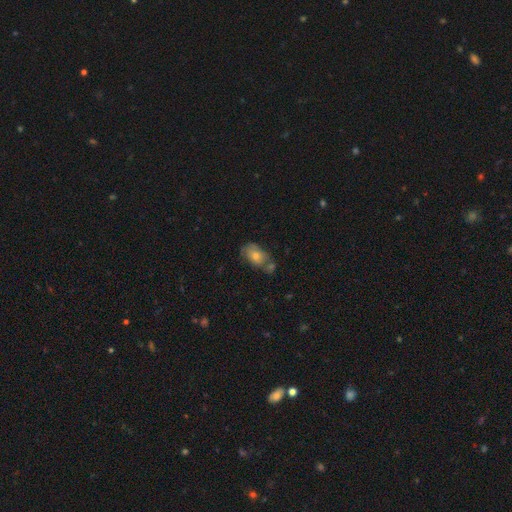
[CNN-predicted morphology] smooth_or_featured: smooth (p=0.63) [alt: featured or disk p=0.26]
how_rounded: in between (p=0.84) [alt: round p=0.13]
merging: none (p=0.51) [alt: merger p=0.22]